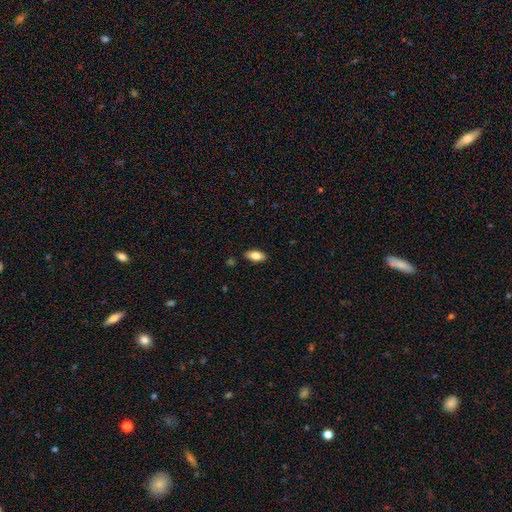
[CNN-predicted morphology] Smooth or featured? smooth (82%)
How rounded? in between (90%)
Merging? none (87%)